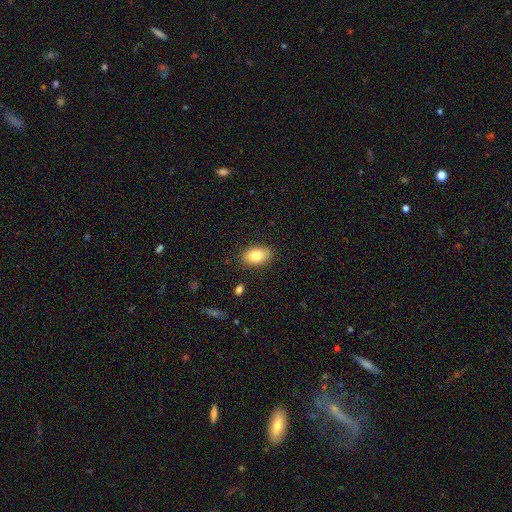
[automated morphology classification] A smooth galaxy with no disk features (82%) that is in between round and cigar-shaped (89%).

Vote fractions:
- Smooth or featured? smooth: 82% / featured or disk: 11% / star or artifact: 8%
- How rounded? in between: 89% / round: 9% / cigar-shaped: 2%
- Merging? none: 86% / minor disturbance: 11% / major disturbance: 2% / merger: 1%